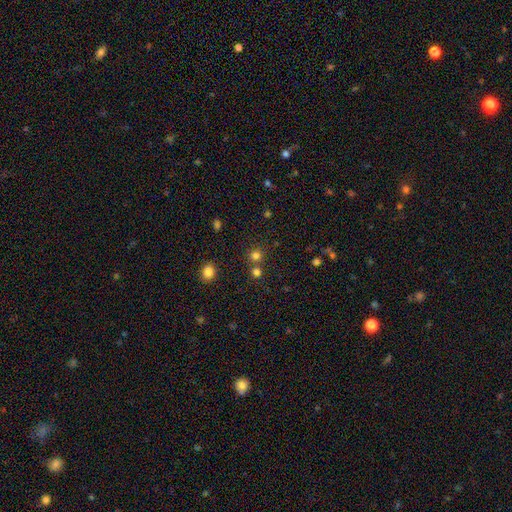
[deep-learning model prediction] A smooth galaxy with no disk features (76%) that is round (88%).

Vote fractions:
- Smooth or featured? smooth: 76% / star or artifact: 18% / featured or disk: 6%
- How rounded? round: 88% / in between: 11% / cigar-shaped: 1%
- Merging? none: 68% / merger: 22% / minor disturbance: 7% / major disturbance: 3%